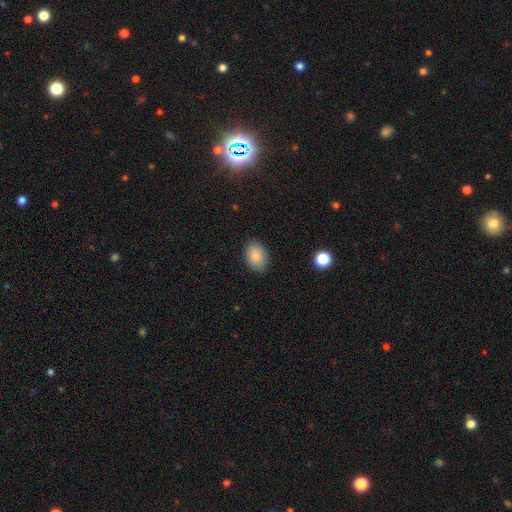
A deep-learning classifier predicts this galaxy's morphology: The model was most divided on "how rounded": in between: 83%, round: 16%, cigar-shaped: 1%. More confident: merging — none (87%); smooth or featured — smooth (87%).